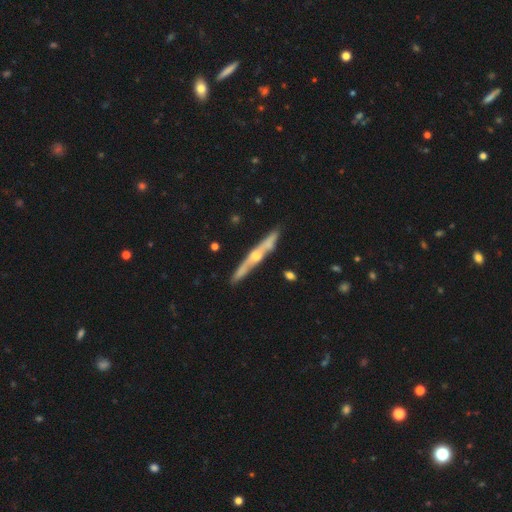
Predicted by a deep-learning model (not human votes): smooth-or-featured: featured or disk: 76% | smooth: 19% | star or artifact: 5%
  disk-edge-on: yes: 96% | no: 4%
    edge-on-bulge: rounded: 86% | none: 10% | boxy: 4%
  merging: none: 85% | minor disturbance: 10% | merger: 3% | major disturbance: 2%